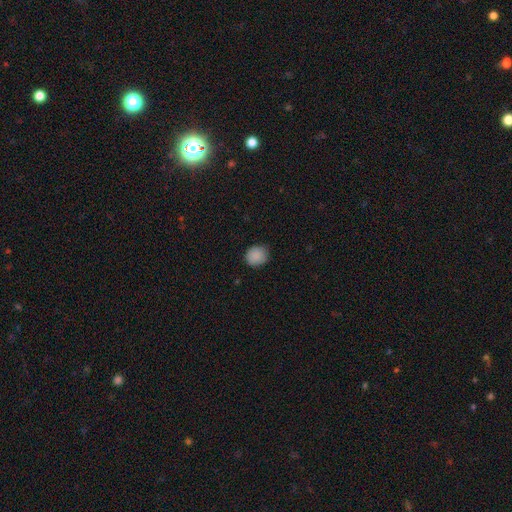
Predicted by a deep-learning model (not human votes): smooth_or_featured: smooth (p=0.88) [alt: star or artifact p=0.09]
how_rounded: round (p=0.78) [alt: in between p=0.21]
merging: none (p=0.83) [alt: minor disturbance p=0.14]